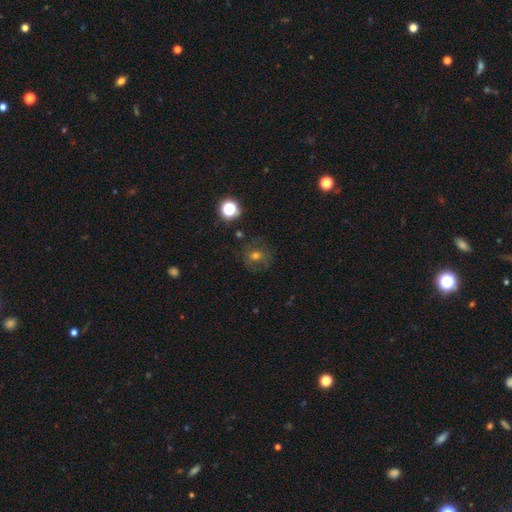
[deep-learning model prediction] Smooth or featured? Predicted: smooth (p=0.52). How rounded? Predicted: round (p=0.87). Merging? Predicted: none (p=0.77).